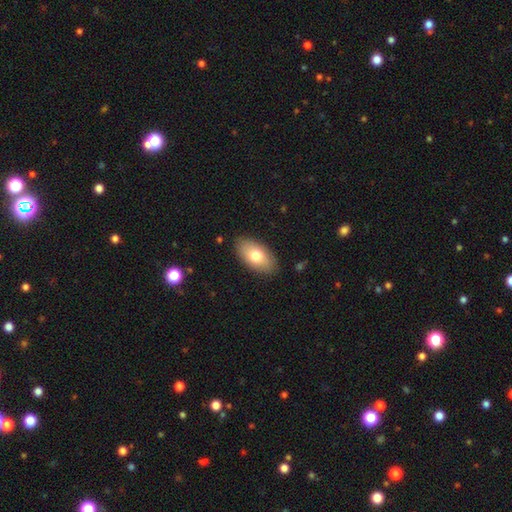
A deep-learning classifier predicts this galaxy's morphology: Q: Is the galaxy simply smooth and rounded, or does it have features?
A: smooth — 74%.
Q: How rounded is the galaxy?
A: in between — 93%.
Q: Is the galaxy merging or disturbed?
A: none — 86%.